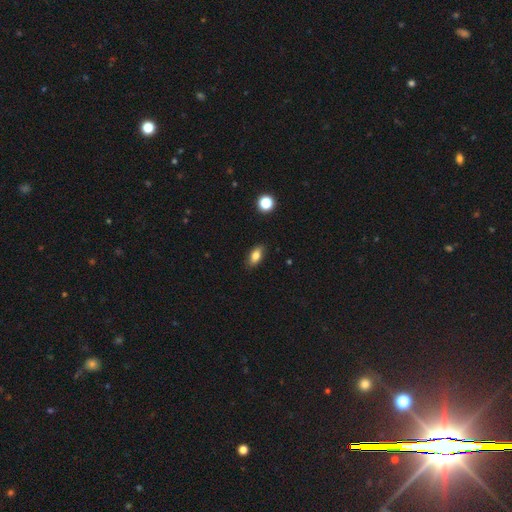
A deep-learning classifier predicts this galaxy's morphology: Smooth or featured? smooth (80%)
How rounded? in between (85%)
Merging? none (86%)